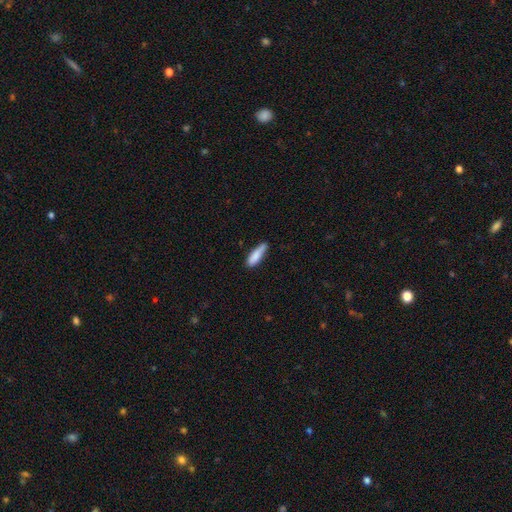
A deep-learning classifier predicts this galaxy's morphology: A smooth galaxy with no disk features (84%) that is cigar-shaped (62%).

Vote fractions:
- Smooth or featured? smooth: 84% / featured or disk: 10% / star or artifact: 6%
- How rounded? cigar-shaped: 62% / in between: 36% / round: 2%
- Merging? none: 61% / minor disturbance: 30% / major disturbance: 5% / merger: 3%